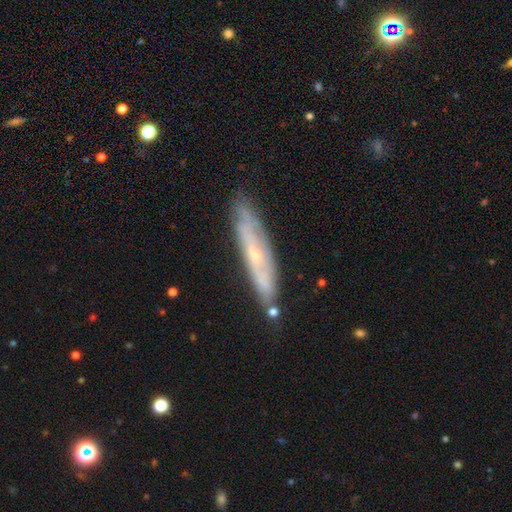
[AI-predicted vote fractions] Smooth or featured: featured or disk — 65% (smooth — 28%)
Edge-on disk: yes — 59% (no — 41%)
Merging: none — 78% (minor disturbance — 16%)